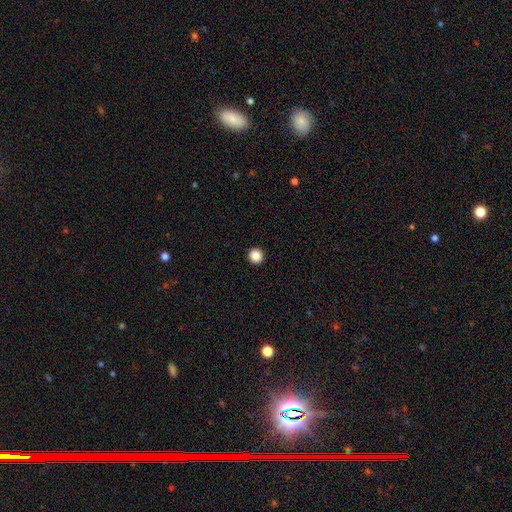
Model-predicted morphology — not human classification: Q: Smooth or featured?
A: smooth (87%); runner-up: star or artifact (10%)
Q: How rounded?
A: round (94%); runner-up: in between (5%)
Q: Merging?
A: none (94%); runner-up: minor disturbance (4%)